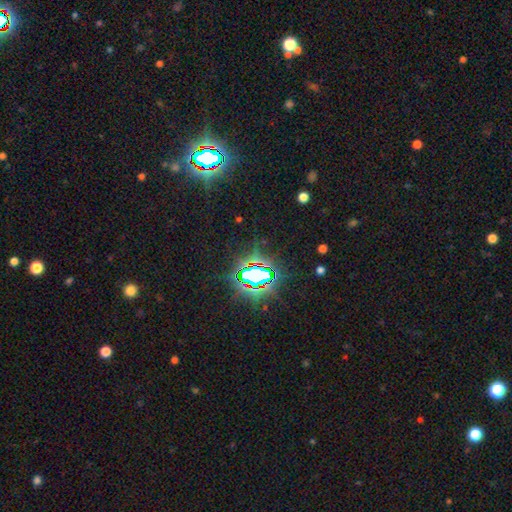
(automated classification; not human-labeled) Overall: star or artifact (81%).